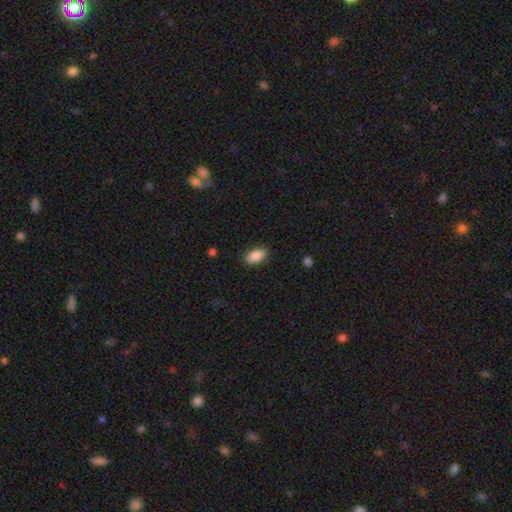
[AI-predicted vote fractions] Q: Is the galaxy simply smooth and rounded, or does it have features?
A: smooth — 89%.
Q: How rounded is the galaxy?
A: in between — 92%.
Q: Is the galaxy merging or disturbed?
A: none — 87%.